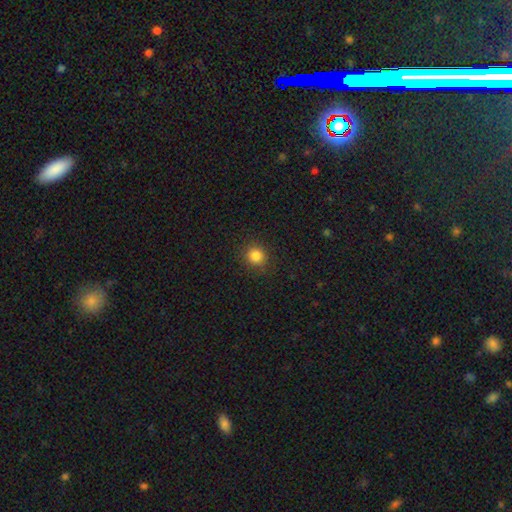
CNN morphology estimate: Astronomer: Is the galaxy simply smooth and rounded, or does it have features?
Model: smooth — 84%.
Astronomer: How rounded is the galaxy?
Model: round — 90%.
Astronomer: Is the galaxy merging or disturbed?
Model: none — 90%.